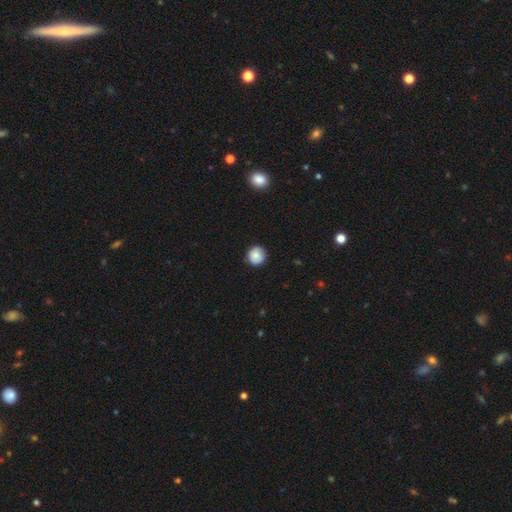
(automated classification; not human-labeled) smooth-or-featured: smooth: 80% | featured or disk: 12% | star or artifact: 8%
  how-rounded: round: 92% | in between: 7% | cigar-shaped: 1%
  merging: none: 85% | minor disturbance: 12% | major disturbance: 2% | merger: 1%